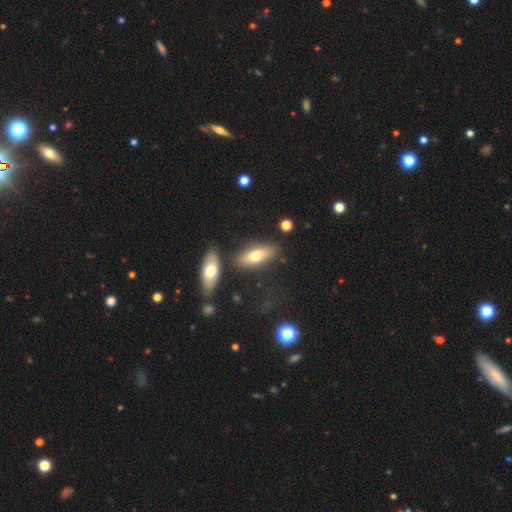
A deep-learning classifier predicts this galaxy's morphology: Q: Smooth or featured?
A: smooth (68%); runner-up: featured or disk (25%)
Q: How rounded?
A: in between (74%); runner-up: cigar-shaped (23%)
Q: Merging?
A: none (75%); runner-up: minor disturbance (12%)